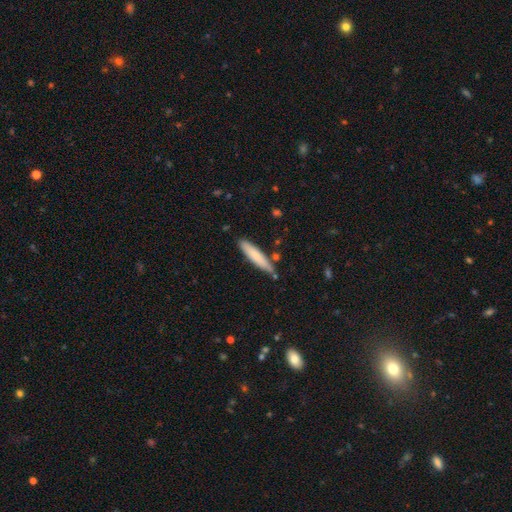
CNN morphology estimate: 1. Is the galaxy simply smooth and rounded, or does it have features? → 75% smooth, 19% featured or disk, 6% star or artifact.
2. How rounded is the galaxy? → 87% cigar-shaped, 12% in between, 1% round.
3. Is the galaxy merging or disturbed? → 80% none, 14% minor disturbance, 4% merger, 2% major disturbance.